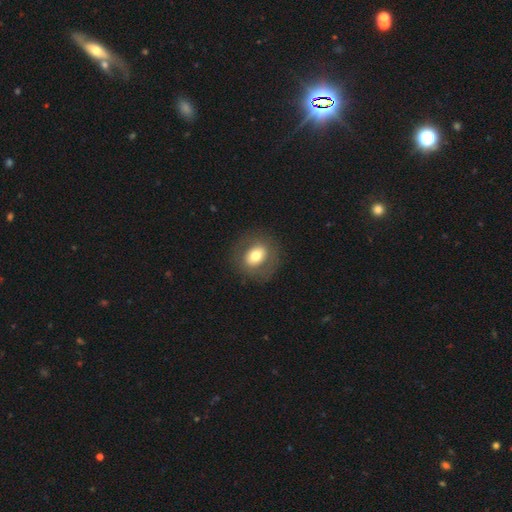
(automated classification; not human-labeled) This appears to be a smooth galaxy with no disk features (64%) that is round (58%). Merging: none (83%).